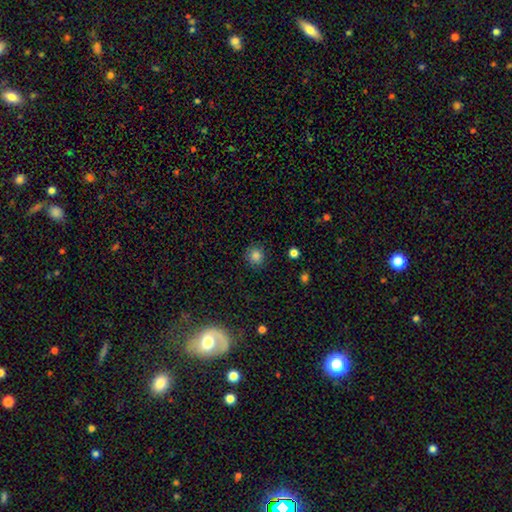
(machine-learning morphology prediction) Smooth or featured? smooth (84%)
How rounded? round (89%)
Merging? none (87%)